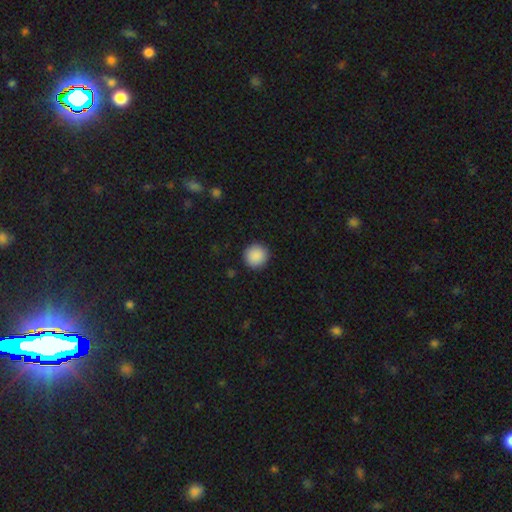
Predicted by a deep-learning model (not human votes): smooth 89%, star or artifact 8%, featured or disk 2%. Down the decision tree: how rounded — round (94%); merging — none (92%).